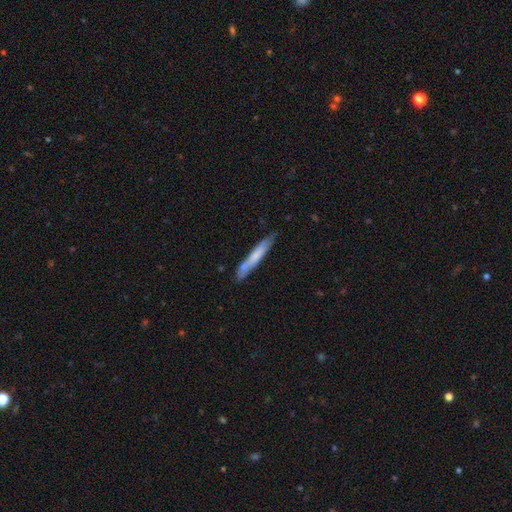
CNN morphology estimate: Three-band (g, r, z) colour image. It shows a smooth galaxy with no disk features (64%) that is cigar-shaped (94%). Merging: none (71%).